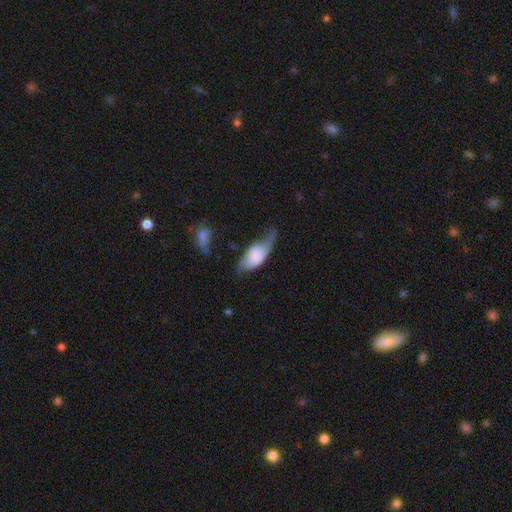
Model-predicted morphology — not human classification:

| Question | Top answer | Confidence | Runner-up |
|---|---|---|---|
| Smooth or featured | smooth | 63% | featured or disk (30%) |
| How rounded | in between | 90% | cigar-shaped (7%) |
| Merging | minor disturbance | 37% | major disturbance (34%) |